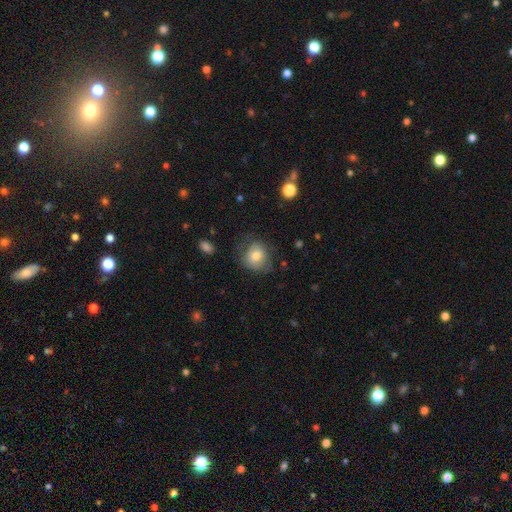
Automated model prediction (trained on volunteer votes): A smooth galaxy with no disk features (69%) that is round (71%).

Vote fractions:
- Smooth or featured? smooth: 69% / featured or disk: 23% / star or artifact: 8%
- How rounded? round: 71% / in between: 28% / cigar-shaped: 1%
- Merging? none: 62% / minor disturbance: 24% / major disturbance: 13% / merger: 1%